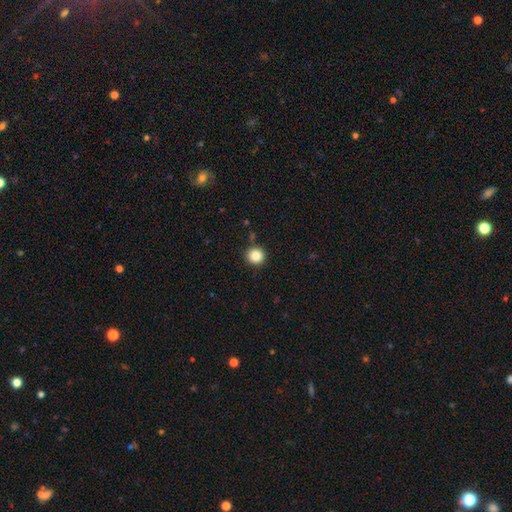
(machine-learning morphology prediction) This appears to be a smooth galaxy with no disk features (85%) that is round (93%). Merging: none (90%).